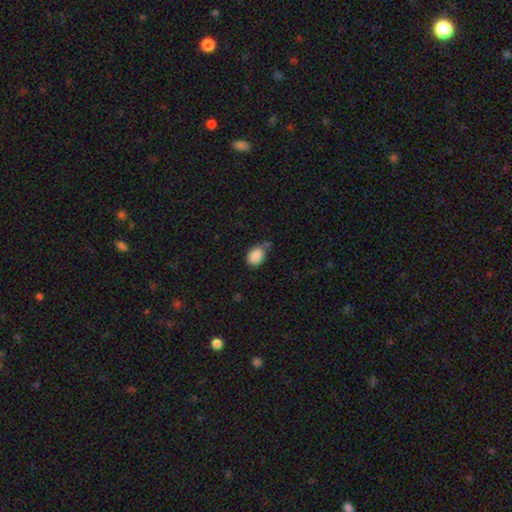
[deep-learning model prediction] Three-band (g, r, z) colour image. It shows a smooth galaxy with no disk features (88%) that is in between round and cigar-shaped (62%). Merging: none (64%).